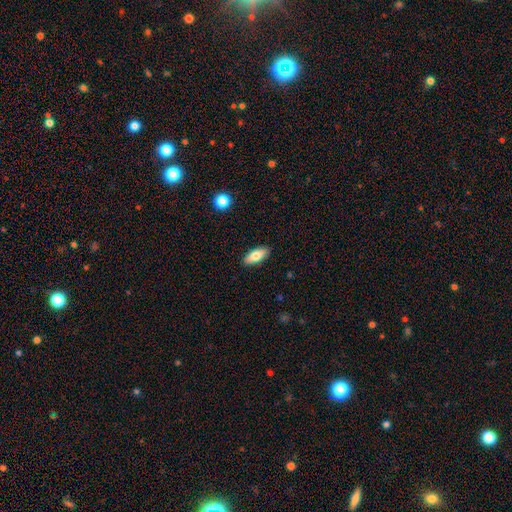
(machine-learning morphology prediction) Smooth or featured: smooth — 76% (featured or disk — 17%)
How rounded: in between — 80% (cigar-shaped — 18%)
Merging: none — 89% (minor disturbance — 8%)